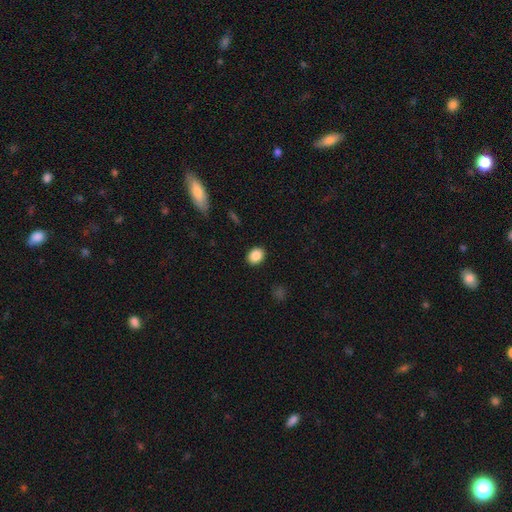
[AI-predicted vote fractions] A smooth galaxy with no disk features (88%) that is in between round and cigar-shaped (59%). Merging: none (90%).